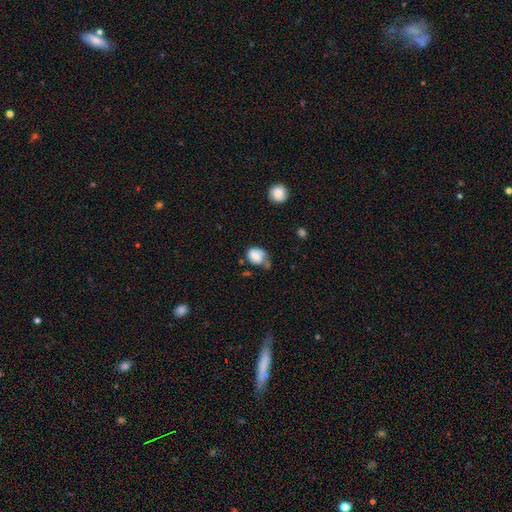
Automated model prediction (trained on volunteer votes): This is likely a smooth galaxy (63%). How rounded: possibly in between (56%). Merging: marginally minor disturbance (35%).